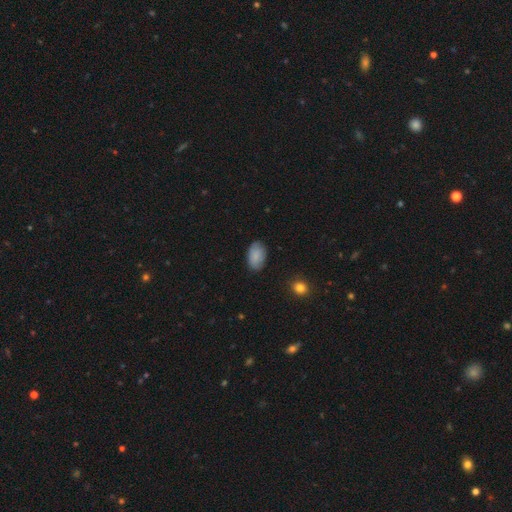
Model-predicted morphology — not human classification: This appears to be a smooth galaxy with no disk features (86%) that is in between round and cigar-shaped (92%). Merging: none (83%).